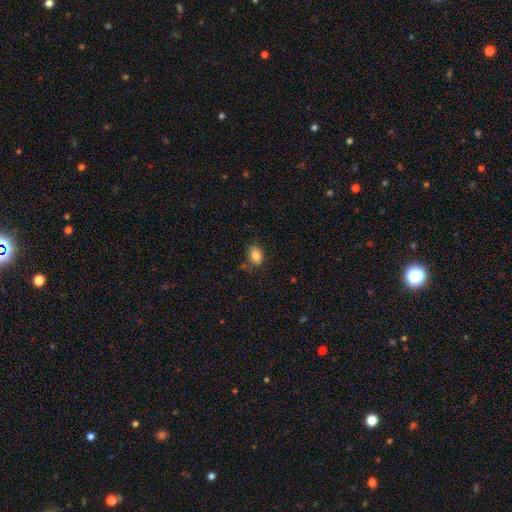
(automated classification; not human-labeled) Smooth or featured?
  - smooth: 84% *
  - star or artifact: 9%
  - featured or disk: 7%
How rounded?
  - in between: 82% *
  - round: 16%
  - cigar-shaped: 1%
Merging?
  - none: 75% *
  - minor disturbance: 18%
  - merger: 4%
  - major disturbance: 4%